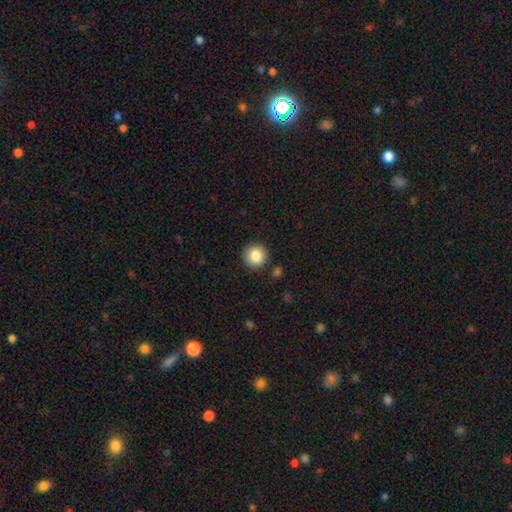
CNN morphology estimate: A smooth galaxy with no disk features (85%) that is round (95%). Merging: none (90%).